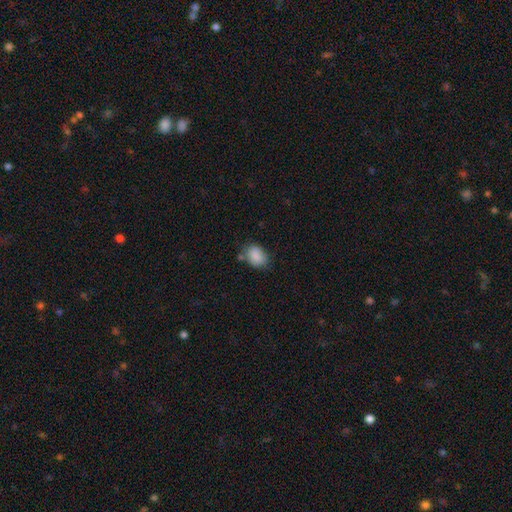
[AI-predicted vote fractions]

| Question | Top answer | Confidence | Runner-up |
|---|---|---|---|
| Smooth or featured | smooth | 87% | star or artifact (8%) |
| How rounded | in between | 72% | round (27%) |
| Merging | none | 64% | minor disturbance (22%) |